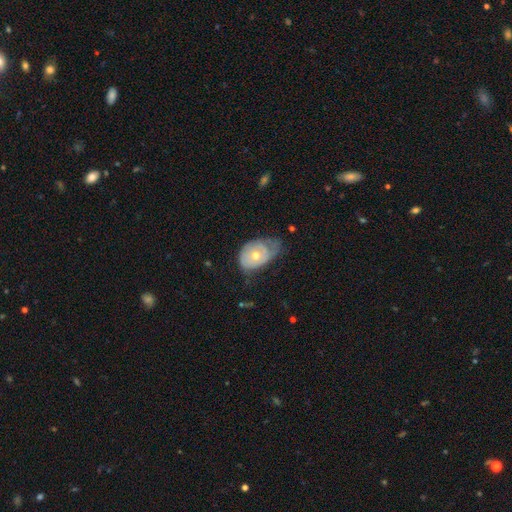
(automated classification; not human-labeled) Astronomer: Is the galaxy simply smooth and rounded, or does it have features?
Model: featured or disk — 56% (runner-up: smooth, 38%).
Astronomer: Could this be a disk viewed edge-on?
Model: no — 94%.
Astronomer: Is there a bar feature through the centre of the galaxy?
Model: no — 86%.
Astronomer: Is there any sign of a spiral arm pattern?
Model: no — 53% (runner-up: yes, 47%).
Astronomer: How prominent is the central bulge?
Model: moderate — 63%.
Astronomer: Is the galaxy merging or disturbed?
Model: minor disturbance — 38% (runner-up: none, 31%).